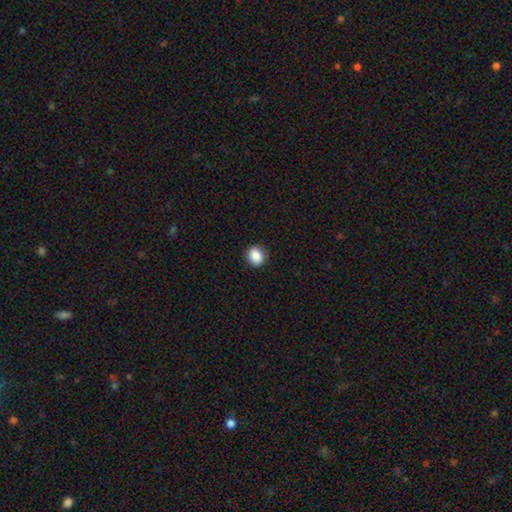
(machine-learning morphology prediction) This appears to be a smooth galaxy with no disk features (86%) that is round (71%). Merging: none (90%).